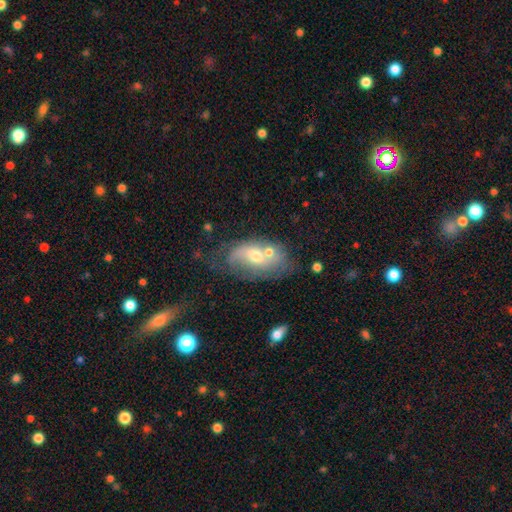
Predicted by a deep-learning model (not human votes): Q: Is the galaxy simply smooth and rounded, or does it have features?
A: featured or disk — 50%.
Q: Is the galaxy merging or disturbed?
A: none — 31%.